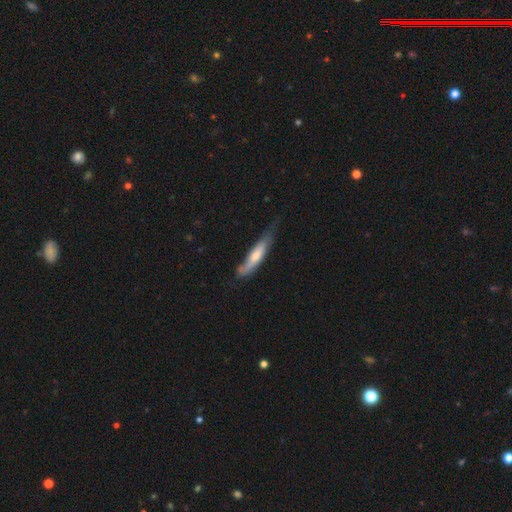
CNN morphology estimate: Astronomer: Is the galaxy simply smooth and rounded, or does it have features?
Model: smooth — 58% (runner-up: featured or disk, 37%).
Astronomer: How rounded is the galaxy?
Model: cigar-shaped — 79%.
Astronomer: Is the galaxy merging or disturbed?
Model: none — 47% (runner-up: minor disturbance, 35%).